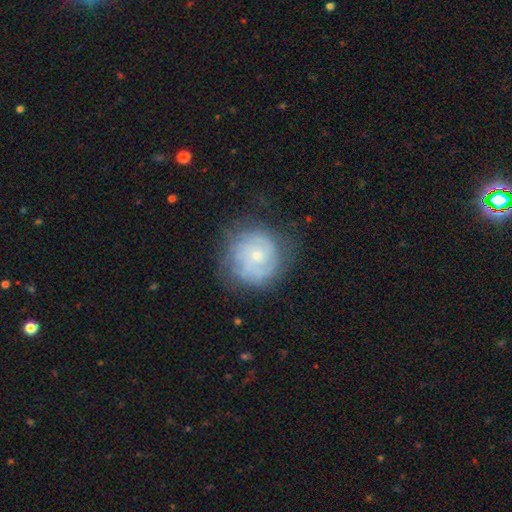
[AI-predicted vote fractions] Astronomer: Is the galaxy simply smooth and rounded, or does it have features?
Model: featured or disk — 59%.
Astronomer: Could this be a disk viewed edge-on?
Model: no — 98%.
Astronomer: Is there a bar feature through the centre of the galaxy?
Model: no — 81%.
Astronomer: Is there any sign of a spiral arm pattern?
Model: yes — 77%.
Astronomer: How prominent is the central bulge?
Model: small — 71%.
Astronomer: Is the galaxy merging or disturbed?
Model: none — 71%.